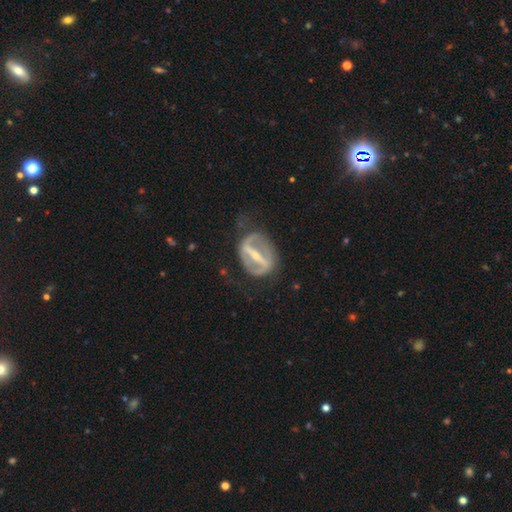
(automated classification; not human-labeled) Morphology: type=featured or disk (85%); edge-on=no (87%); bar=strong (85%); spiral arms=yes (51%); bulge=small (58%); merging=none (65%).